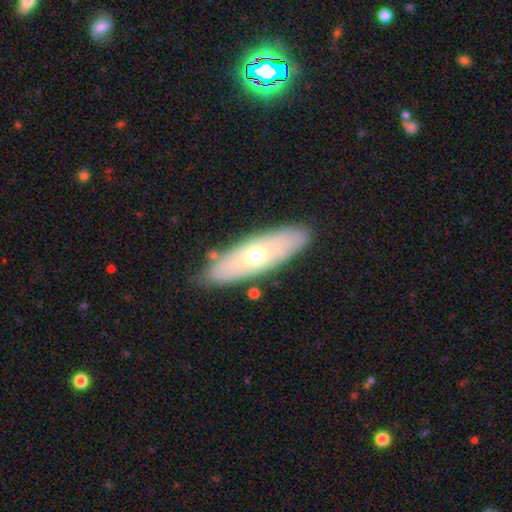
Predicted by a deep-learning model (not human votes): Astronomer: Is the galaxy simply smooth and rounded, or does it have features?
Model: smooth — 47%, tied with featured or disk at 47%.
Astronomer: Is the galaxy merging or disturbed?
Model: none — 84%.